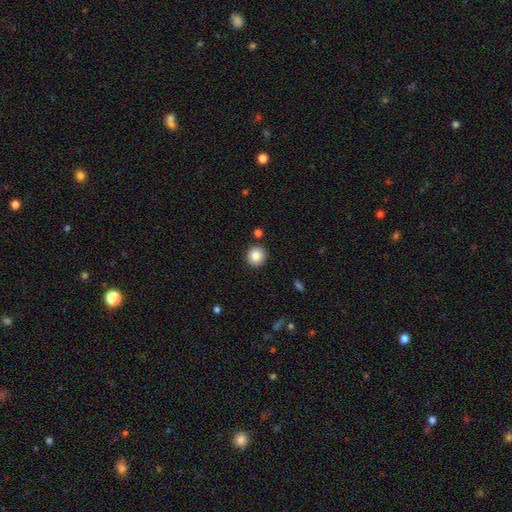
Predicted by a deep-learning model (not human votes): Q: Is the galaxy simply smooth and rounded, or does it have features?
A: smooth — 86%.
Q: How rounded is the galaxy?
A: round — 92%.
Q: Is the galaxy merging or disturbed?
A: none — 90%.